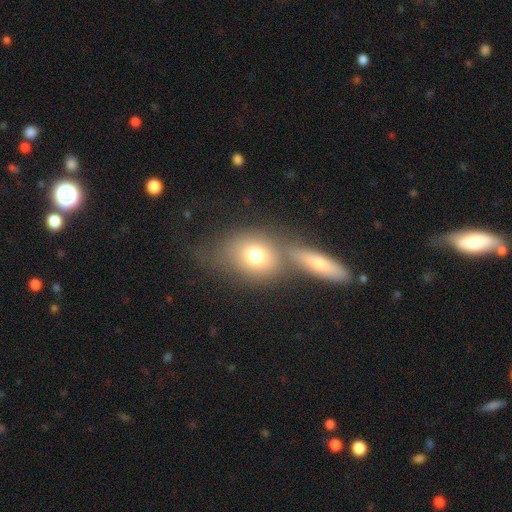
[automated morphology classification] This is likely a smooth galaxy (74%). How rounded: possibly round (48%, tied with in between). Merging: marginally none (44%).